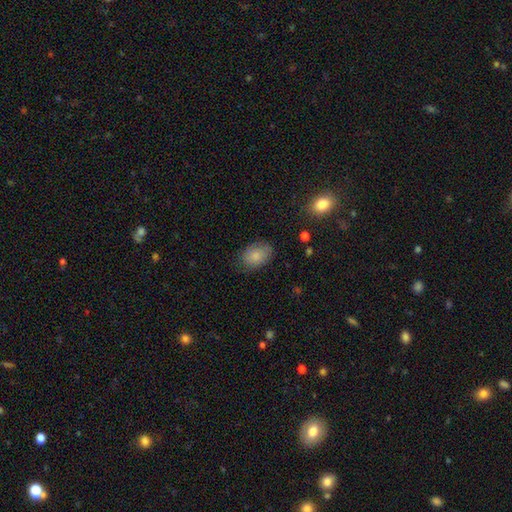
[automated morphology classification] type=smooth (83%); roundness=in between (84%); merging=none (77%).